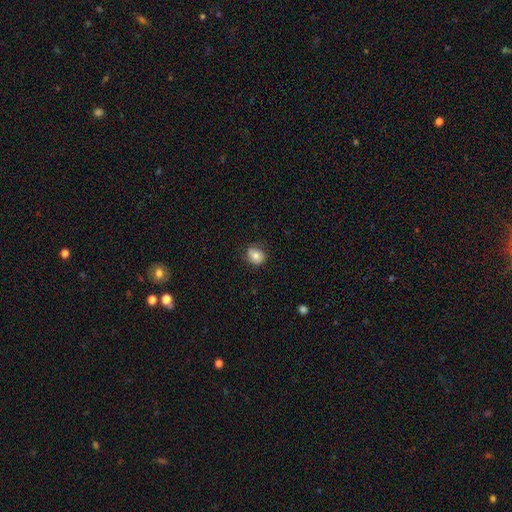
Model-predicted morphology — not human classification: smooth 77%, featured or disk 14%, star or artifact 9%. Down the decision tree: how rounded — round (63%); merging — none (76%).